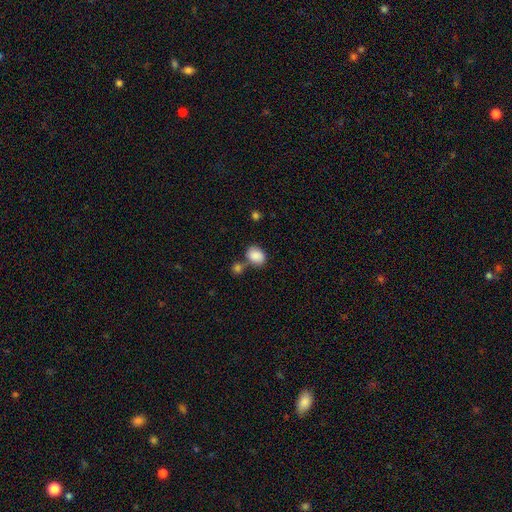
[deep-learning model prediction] This is clearly a smooth galaxy (87%). How rounded: likely in between (64%). Merging: possibly none (52%).